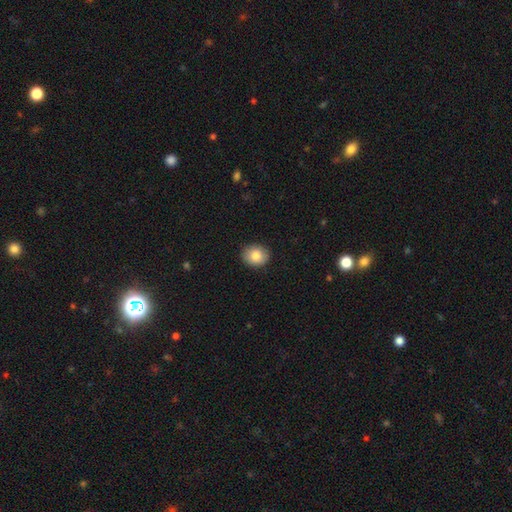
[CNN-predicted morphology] Smooth or featured: smooth — 84% (featured or disk — 8%)
How rounded: round — 63% (in between — 36%)
Merging: none — 89% (minor disturbance — 8%)